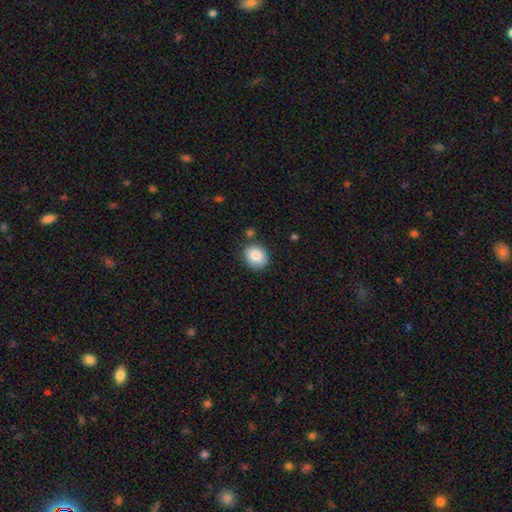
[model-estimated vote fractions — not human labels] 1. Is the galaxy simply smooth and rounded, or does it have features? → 86% smooth, 8% star or artifact, 6% featured or disk.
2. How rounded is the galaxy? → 57% round, 42% in between, 1% cigar-shaped.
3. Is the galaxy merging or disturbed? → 79% none, 13% minor disturbance, 5% merger, 3% major disturbance.